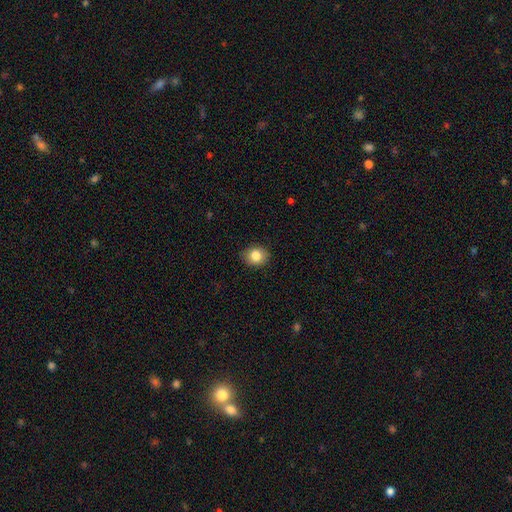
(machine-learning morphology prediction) This appears to be a smooth galaxy with no disk features (84%) that is round (61%). Merging: none (87%).